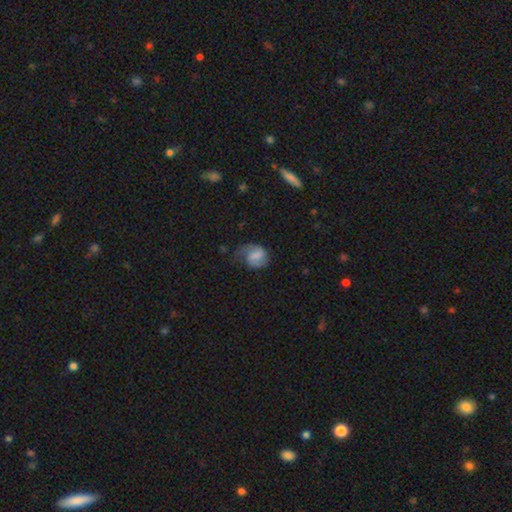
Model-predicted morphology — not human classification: Overall: featured or disk (47%; smooth 45%). Merging: none (45%; minor disturbance 31%).